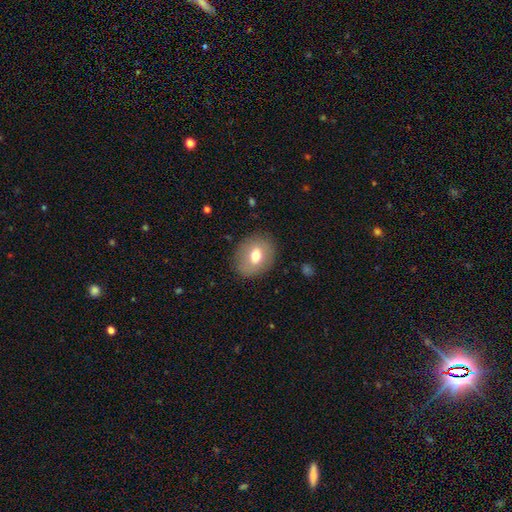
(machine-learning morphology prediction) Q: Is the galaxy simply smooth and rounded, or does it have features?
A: smooth — 66%.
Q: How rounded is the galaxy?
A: in between — 54%.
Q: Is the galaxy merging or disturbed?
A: none — 82%.